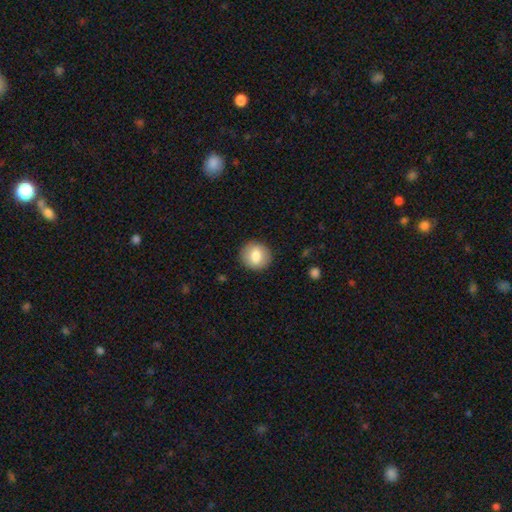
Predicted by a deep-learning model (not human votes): smooth 79%, featured or disk 13%, star or artifact 8%. Down the decision tree: how rounded — round (87%); merging — none (90%).